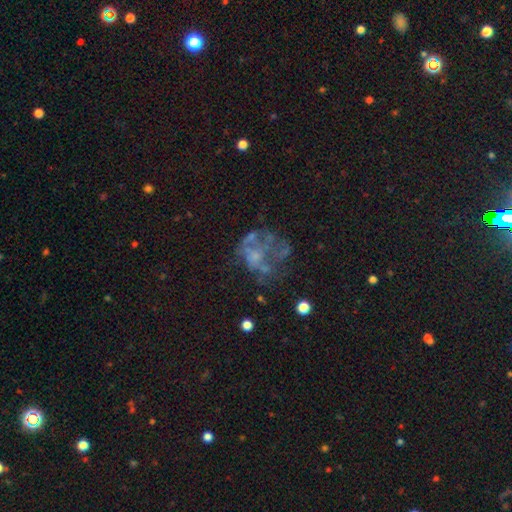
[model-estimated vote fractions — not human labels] This appears to be a featured or disk galaxy (60%) with no bar (90%), no spiral arms (86%) and no central bulge (63%). Merging: none (37%).